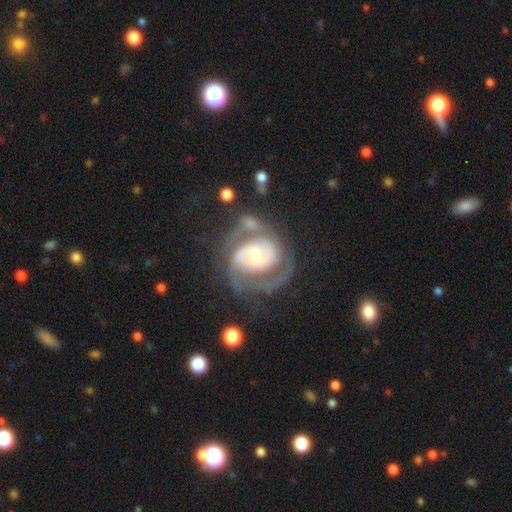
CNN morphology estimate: smooth_or_featured: featured or disk (p=0.85) [alt: smooth p=0.10]
disk_edge_on: no (p=0.97) [alt: yes p=0.03]
bar: no (p=0.45) [alt: weak p=0.38]
has_spiral_arms: yes (p=0.91) [alt: no p=0.09]
spiral_winding: tight (p=0.45) [alt: medium p=0.42]
spiral_arm_count: 2 (p=0.69) [alt: can't tell p=0.13]
bulge_size: moderate (p=0.61) [alt: small p=0.27]
merging: none (p=0.50) [alt: major disturbance p=0.22]